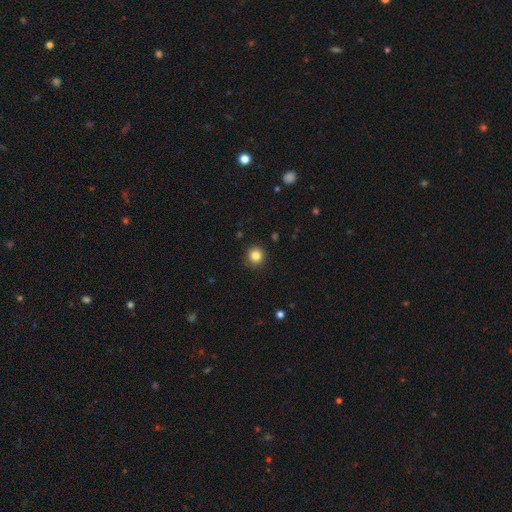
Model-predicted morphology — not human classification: Overall: smooth (83%). How rounded: round (95%). Merging: none (92%).